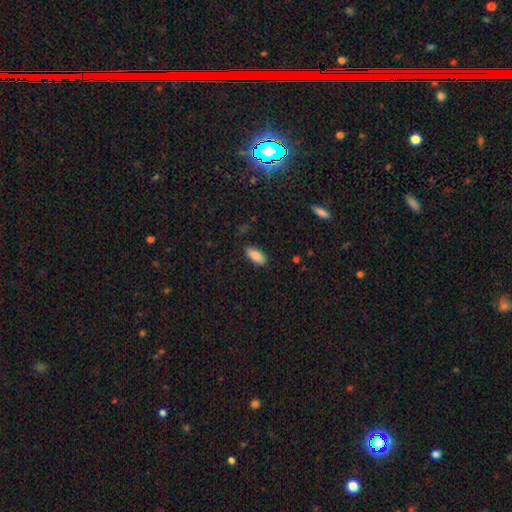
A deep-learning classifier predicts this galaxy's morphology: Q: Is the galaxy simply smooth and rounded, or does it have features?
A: smooth — 88%.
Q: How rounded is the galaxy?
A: in between — 86%.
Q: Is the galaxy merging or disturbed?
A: none — 82%.